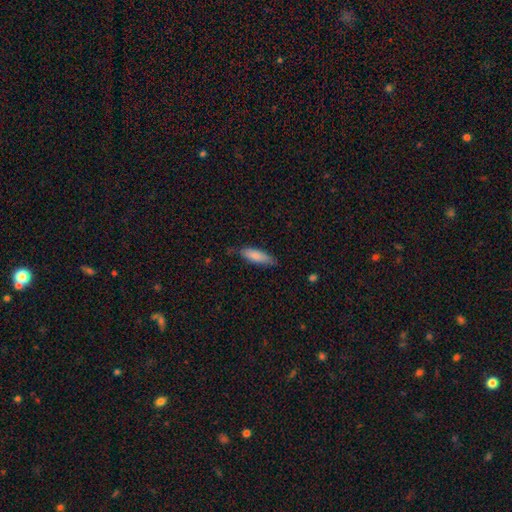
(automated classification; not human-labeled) Smooth or featured? smooth (82%)
How rounded? in between (52%)
Merging? none (72%)